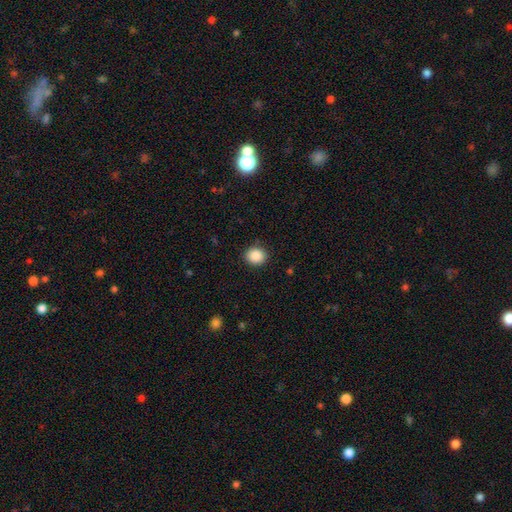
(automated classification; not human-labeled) smooth-or-featured: smooth: 88% | star or artifact: 9% | featured or disk: 3%
  how-rounded: round: 76% | in between: 23% | cigar-shaped: 1%
  merging: none: 89% | minor disturbance: 7% | major disturbance: 2% | merger: 1%